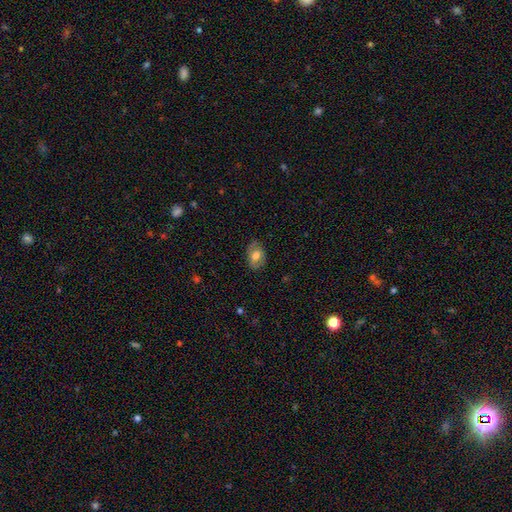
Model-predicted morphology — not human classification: Overall: smooth (67%). How rounded: in between (85%). Merging: none (78%).